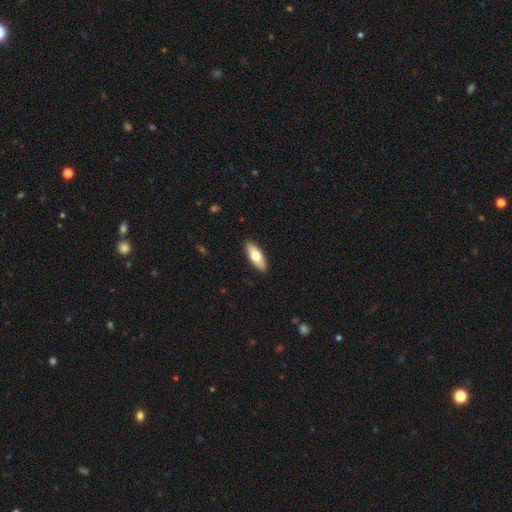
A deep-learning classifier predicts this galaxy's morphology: Smooth or featured?
  - smooth: 69% *
  - featured or disk: 26%
  - star or artifact: 5%
How rounded?
  - in between: 69% *
  - cigar-shaped: 29%
  - round: 2%
Merging?
  - none: 90% *
  - minor disturbance: 7%
  - major disturbance: 1%
  - merger: 1%